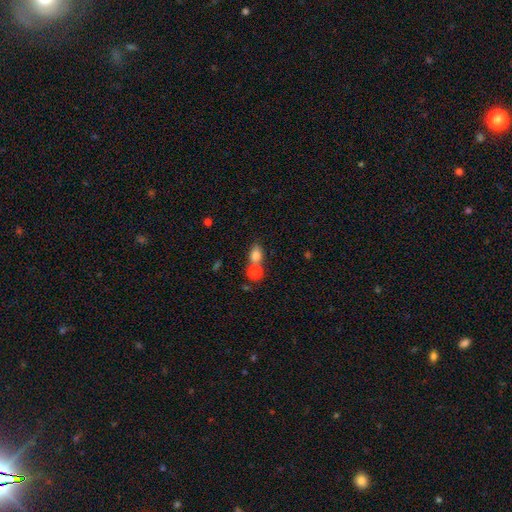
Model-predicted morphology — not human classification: smooth_or_featured: smooth (p=0.80) [alt: star or artifact p=0.11]
how_rounded: in between (p=0.63) [alt: round p=0.35]
merging: none (p=0.47) [alt: merger p=0.38]